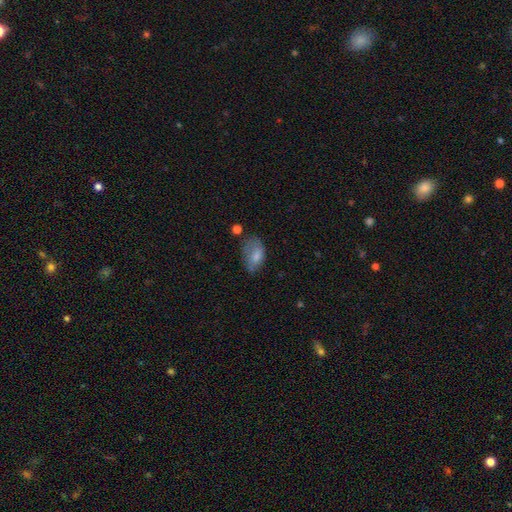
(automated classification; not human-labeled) Morphology: type=smooth (74%); roundness=in between (90%); merging=none (43%).